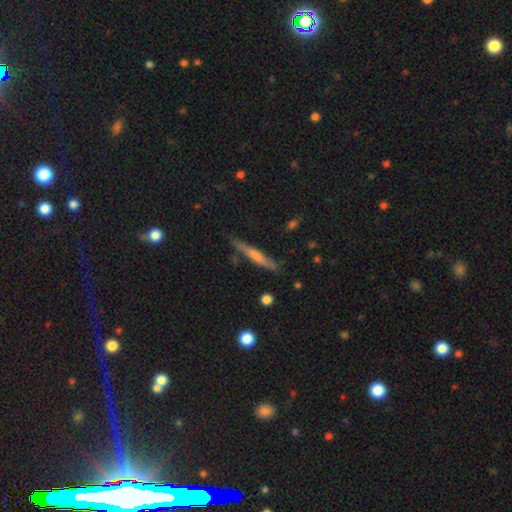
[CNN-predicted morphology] smooth-or-featured: smooth: 48% | featured or disk: 46% | star or artifact: 7%
  merging: none: 80% | minor disturbance: 15% | major disturbance: 3% | merger: 2%